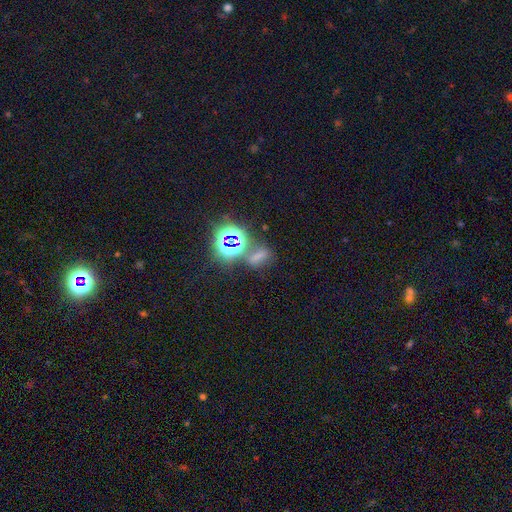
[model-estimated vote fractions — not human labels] Morphology: type=star or artifact (49%).